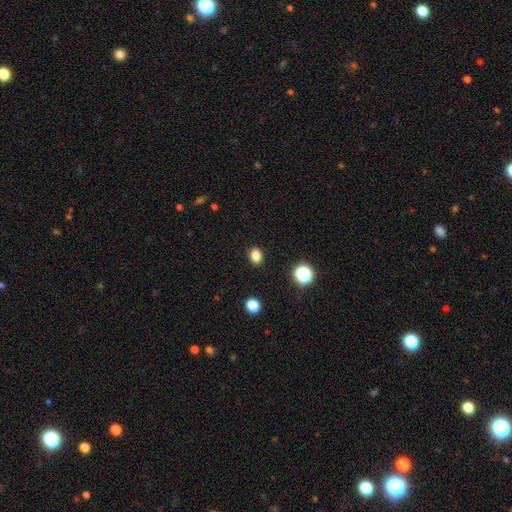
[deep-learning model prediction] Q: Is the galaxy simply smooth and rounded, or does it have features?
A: smooth — 84%.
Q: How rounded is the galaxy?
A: in between — 61%.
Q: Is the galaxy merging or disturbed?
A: none — 89%.